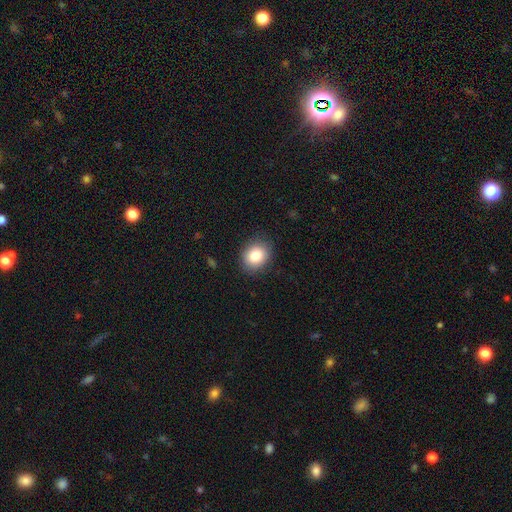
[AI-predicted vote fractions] smooth 83%, star or artifact 9%, featured or disk 8%. Down the decision tree: how rounded — round (55%); merging — none (87%).